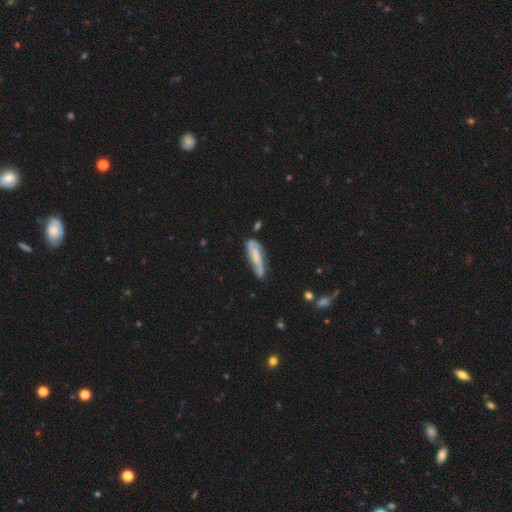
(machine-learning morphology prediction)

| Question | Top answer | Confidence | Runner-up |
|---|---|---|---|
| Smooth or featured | featured or disk | 49% | smooth (44%) |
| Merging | none | 52% | minor disturbance (29%) |